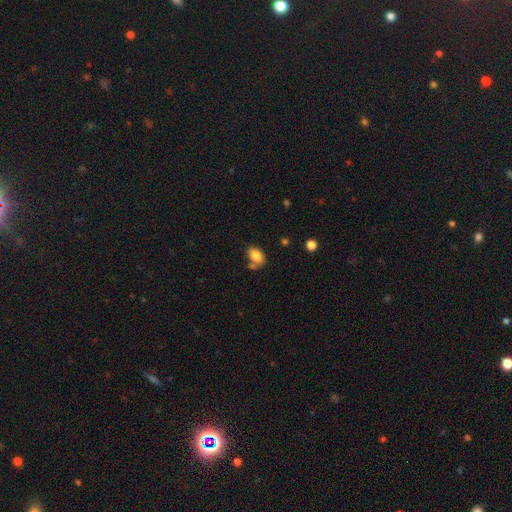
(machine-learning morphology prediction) A smooth galaxy with no disk features (83%) that is in between round and cigar-shaped (87%). Merging: none (57%).